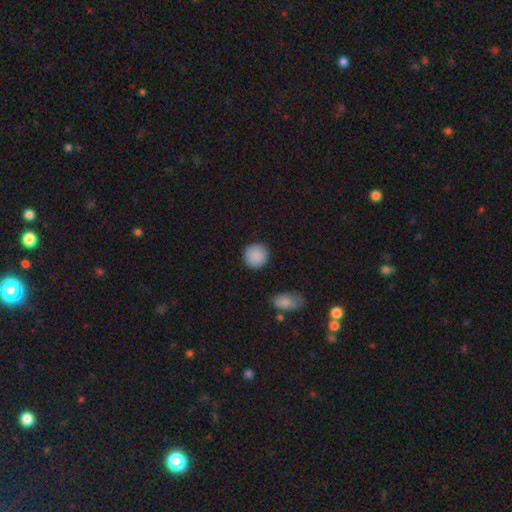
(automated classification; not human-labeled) Q: Smooth or featured?
A: smooth (89%); runner-up: star or artifact (7%)
Q: How rounded?
A: round (92%); runner-up: in between (7%)
Q: Merging?
A: none (90%); runner-up: minor disturbance (7%)